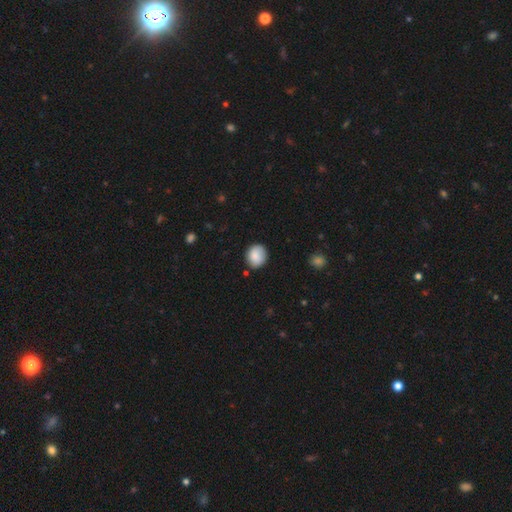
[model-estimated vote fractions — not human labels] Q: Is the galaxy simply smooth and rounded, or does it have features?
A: smooth — 85%.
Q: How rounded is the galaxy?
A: round — 75%.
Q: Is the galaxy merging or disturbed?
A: none — 82%.